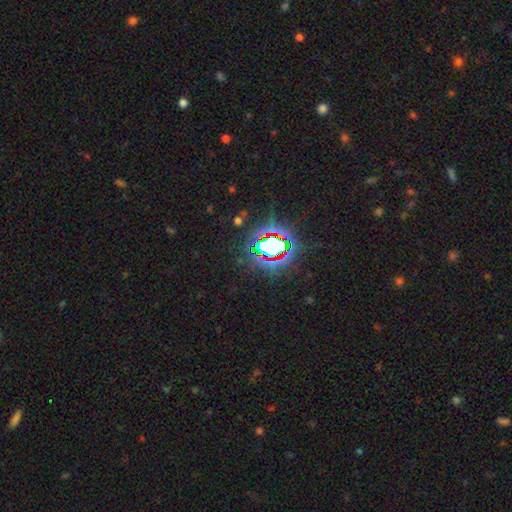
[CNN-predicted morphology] Smooth or featured?
  - star or artifact: 85% *
  - smooth: 9%
  - featured or disk: 7%